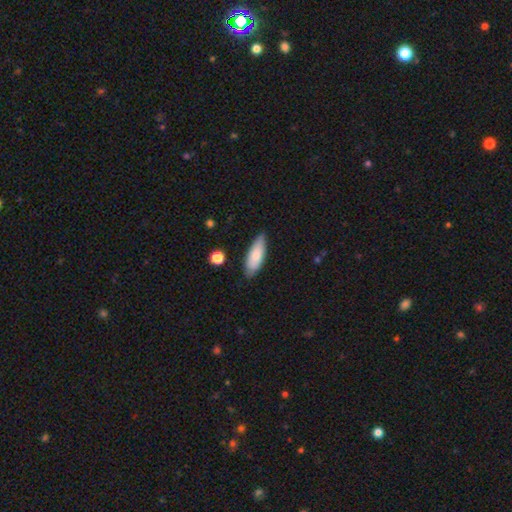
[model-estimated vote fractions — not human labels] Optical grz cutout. It shows a smooth galaxy with no disk features (79%) that is in between round and cigar-shaped (66%). Merging: none (80%).